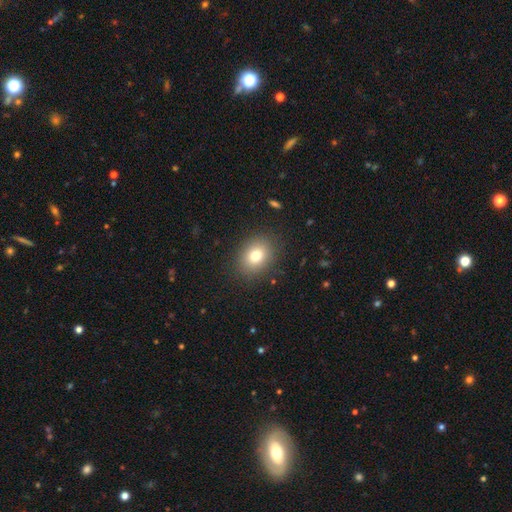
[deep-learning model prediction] Smooth or featured? Predicted: smooth (p=0.78). How rounded? Predicted: in between (p=0.52). Merging? Predicted: none (p=0.87).